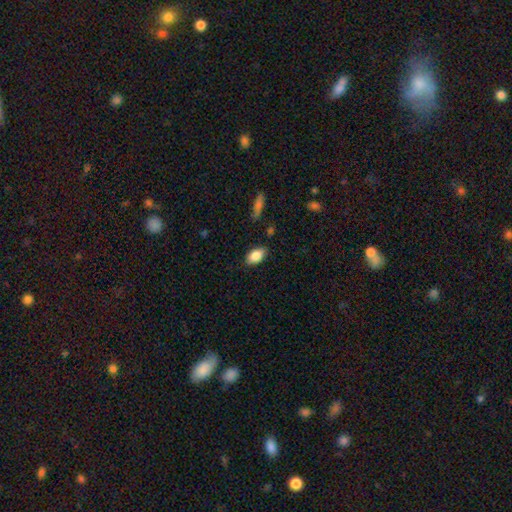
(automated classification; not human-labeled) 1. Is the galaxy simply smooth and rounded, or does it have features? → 86% smooth, 7% star or artifact, 7% featured or disk.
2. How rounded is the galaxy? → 92% in between, 5% round, 3% cigar-shaped.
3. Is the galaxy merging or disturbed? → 83% none, 13% minor disturbance, 3% major disturbance, 2% merger.